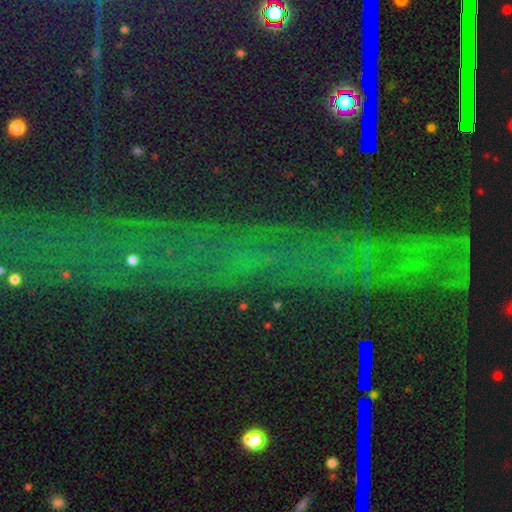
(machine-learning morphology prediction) A star or artifact, not a galaxy (78%).

Vote fractions:
- Smooth or featured? star or artifact: 78% / featured or disk: 12% / smooth: 10%